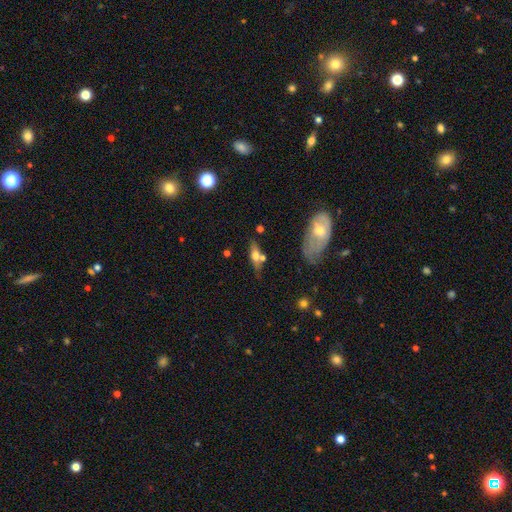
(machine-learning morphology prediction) Smooth or featured?
  - smooth: 49% *
  - featured or disk: 43%
  - star or artifact: 8%
Merging?
  - none: 56% *
  - merger: 19%
  - minor disturbance: 18%
  - major disturbance: 7%